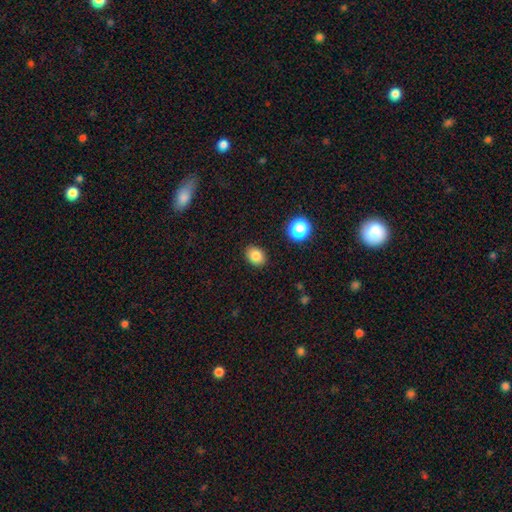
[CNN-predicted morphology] type=smooth (83%); roundness=in between (62%); merging=none (89%).